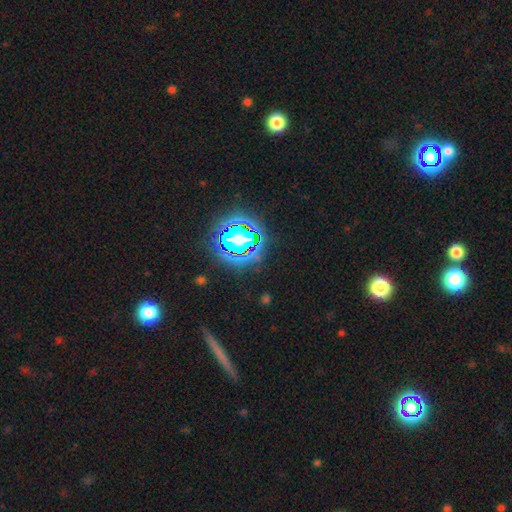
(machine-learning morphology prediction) type=star or artifact (66%).